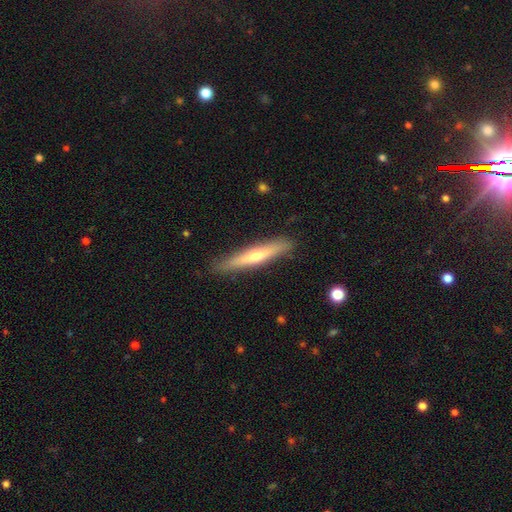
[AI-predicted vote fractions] This appears to be a featured or disk galaxy (51%) viewed edge-on (93%). Merging: none (88%).